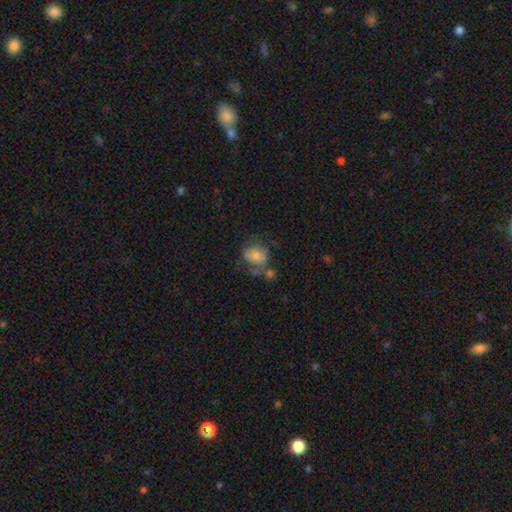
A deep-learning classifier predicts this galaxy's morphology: Smooth or featured: smooth — 65% (featured or disk — 25%)
How rounded: in between — 52% (round — 47%)
Merging: none — 44% (minor disturbance — 22%)